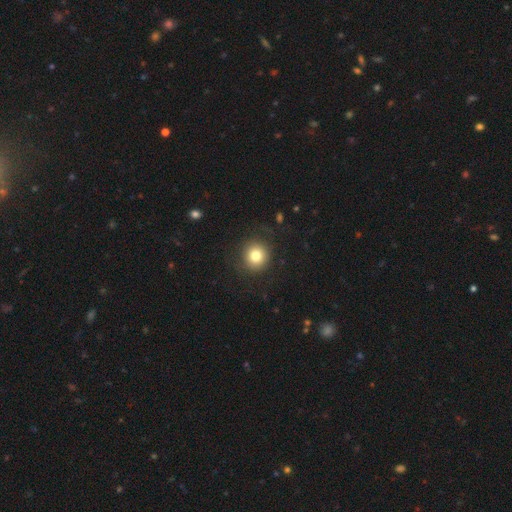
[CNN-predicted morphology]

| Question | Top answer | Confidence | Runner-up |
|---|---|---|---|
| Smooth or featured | smooth | 80% | star or artifact (11%) |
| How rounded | round | 92% | in between (7%) |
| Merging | none | 86% | minor disturbance (9%) |